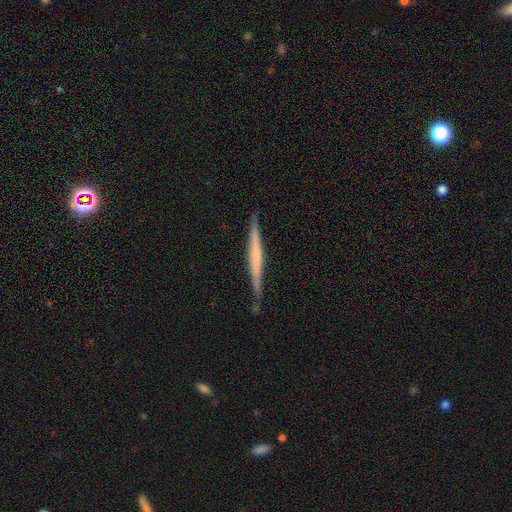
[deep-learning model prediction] Smooth or featured: featured or disk — 60% (smooth — 34%)
Edge-on disk: yes — 98% (no — 2%)
Edge-on bulge: none — 69% (rounded — 18%)
Merging: none — 88% (minor disturbance — 9%)